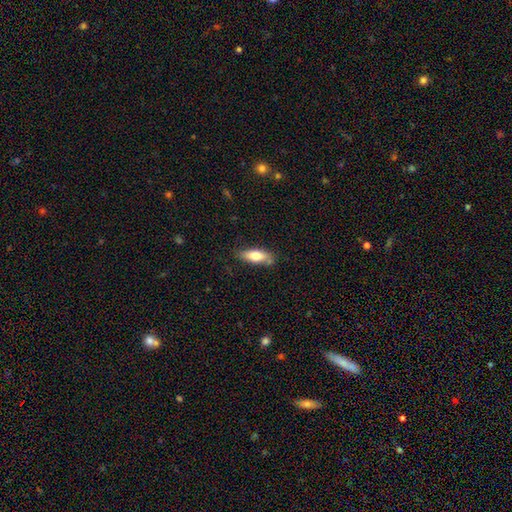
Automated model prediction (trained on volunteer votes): A smooth galaxy with no disk features (71%) that is in between round and cigar-shaped (64%).

Vote fractions:
- Smooth or featured? smooth: 71% / featured or disk: 22% / star or artifact: 6%
- How rounded? in between: 64% / cigar-shaped: 33% / round: 3%
- Merging? none: 74% / minor disturbance: 18% / merger: 4% / major disturbance: 4%